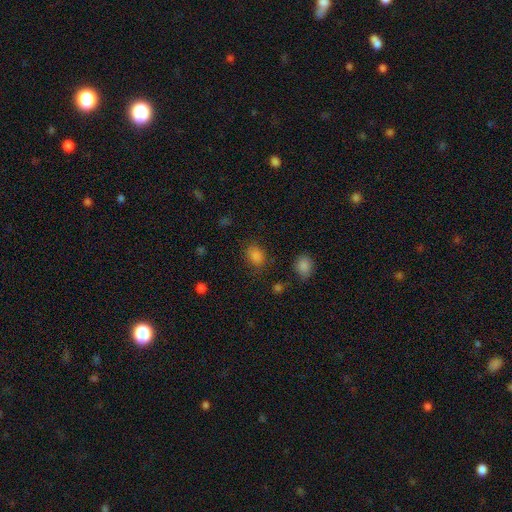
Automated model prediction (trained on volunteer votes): Smooth or featured: smooth — 81% (star or artifact — 15%)
How rounded: in between — 60% (round — 39%)
Merging: none — 77% (minor disturbance — 15%)